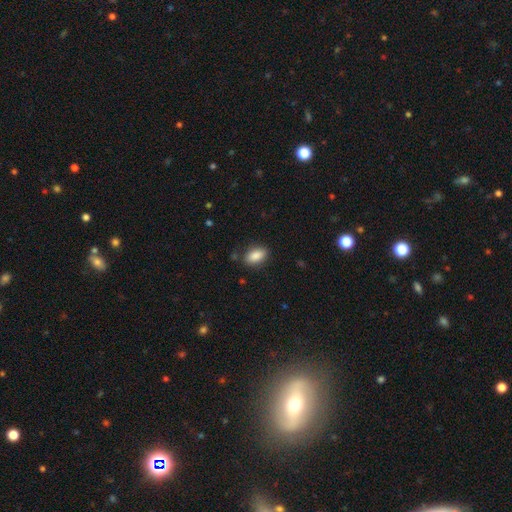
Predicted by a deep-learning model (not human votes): Morphology: type=smooth (88%); roundness=in between (90%); merging=none (83%).